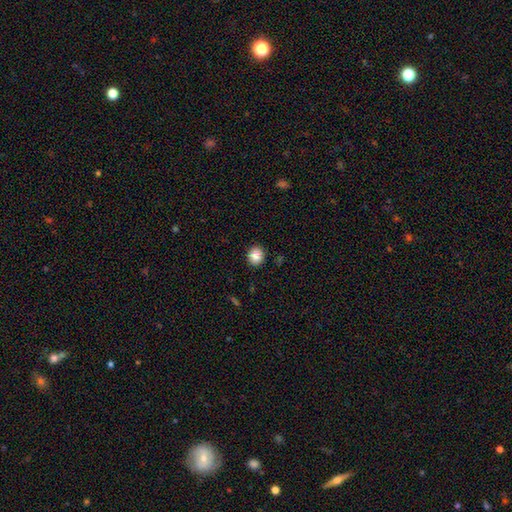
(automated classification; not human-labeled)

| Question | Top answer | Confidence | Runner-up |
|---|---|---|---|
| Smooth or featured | smooth | 85% | star or artifact (9%) |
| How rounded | round | 82% | in between (17%) |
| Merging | none | 91% | minor disturbance (6%) |